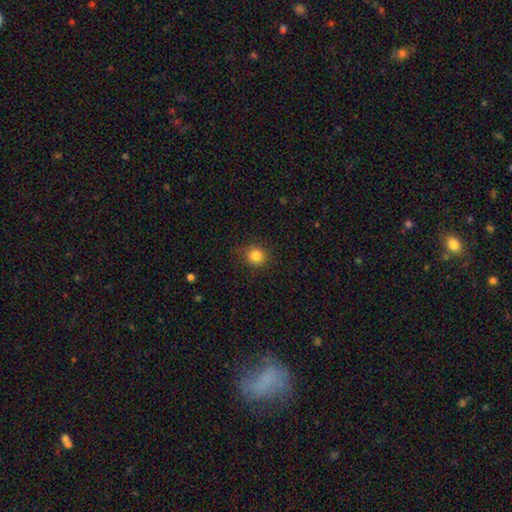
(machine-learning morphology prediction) smooth 84%, star or artifact 11%, featured or disk 5%. Down the decision tree: how rounded — round (90%); merging — none (87%).